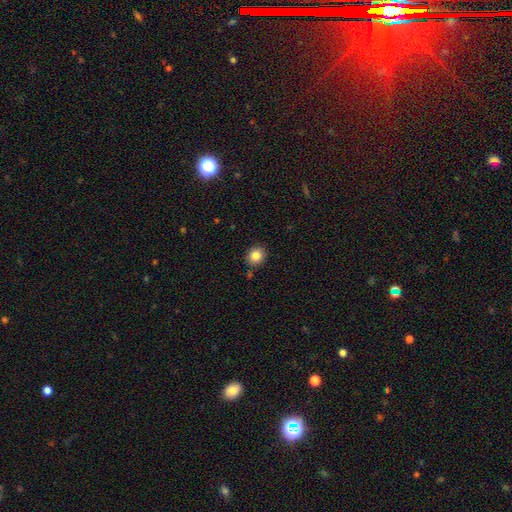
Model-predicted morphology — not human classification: Smooth or featured? Predicted: smooth (p=0.84). How rounded? Predicted: round (p=0.77). Merging? Predicted: none (p=0.87).